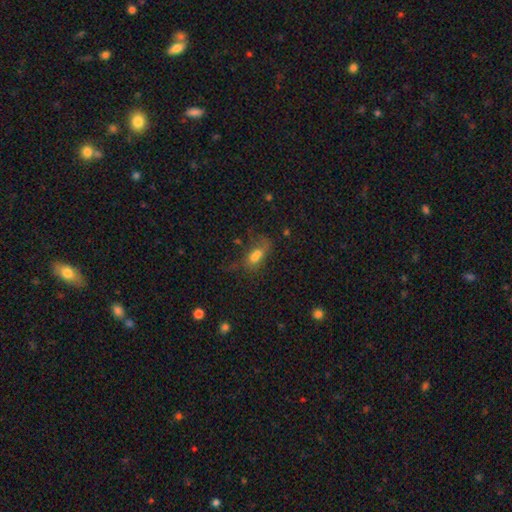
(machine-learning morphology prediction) smooth-or-featured: smooth: 63% | featured or disk: 21% | star or artifact: 16%
  how-rounded: in between: 77% | cigar-shaped: 12% | round: 11%
  merging: none: 35% | major disturbance: 23% | merger: 21% | minor disturbance: 21%